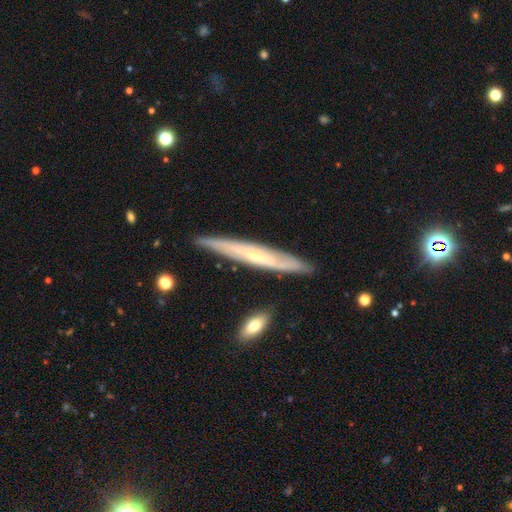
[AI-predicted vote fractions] Smooth or featured: featured or disk — 66% (smooth — 28%)
Edge-on disk: yes — 80% (no — 20%)
Edge-on bulge: none — 51% (rounded — 45%)
Merging: none — 84% (minor disturbance — 12%)